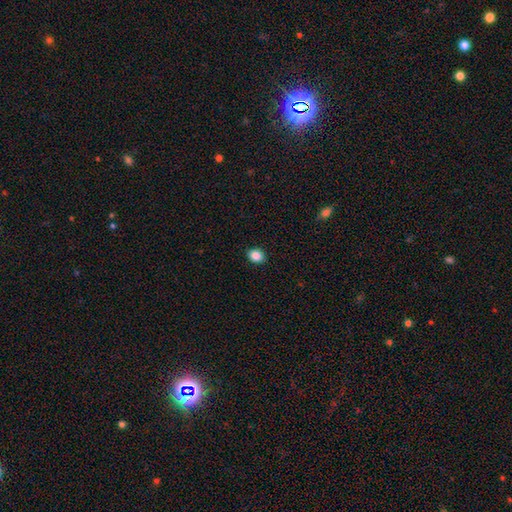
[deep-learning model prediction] smooth-or-featured: smooth: 86% | star or artifact: 10% | featured or disk: 4%
  how-rounded: round: 56% | in between: 43% | cigar-shaped: 1%
  merging: none: 91% | minor disturbance: 7% | major disturbance: 2% | merger: 1%